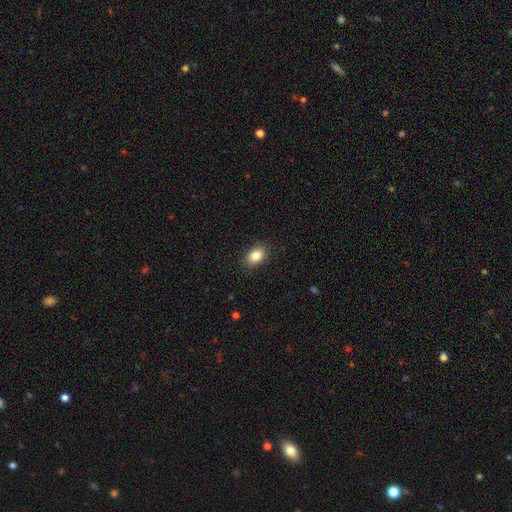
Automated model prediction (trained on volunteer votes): A smooth galaxy with no disk features (85%) that is in between round and cigar-shaped (82%). Merging: none (86%).